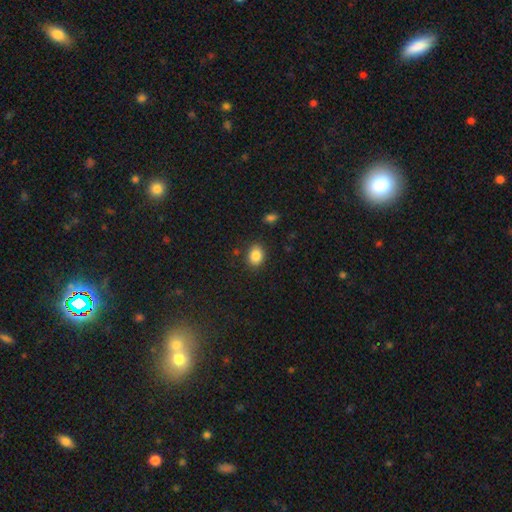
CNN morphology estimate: Smooth or featured? smooth (85%)
How rounded? in between (54%)
Merging? none (85%)